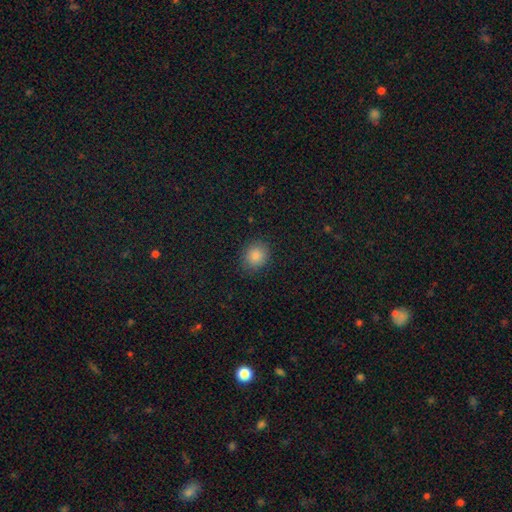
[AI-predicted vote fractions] This appears to be a smooth galaxy with no disk features (86%) that is round (76%). Merging: none (87%).